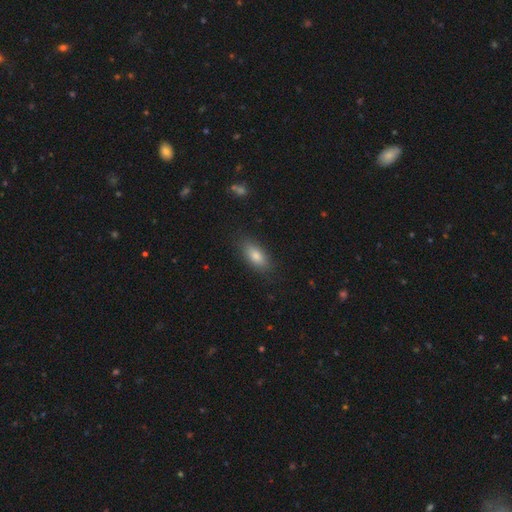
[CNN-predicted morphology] type=smooth (79%); roundness=in between (83%); merging=none (85%).